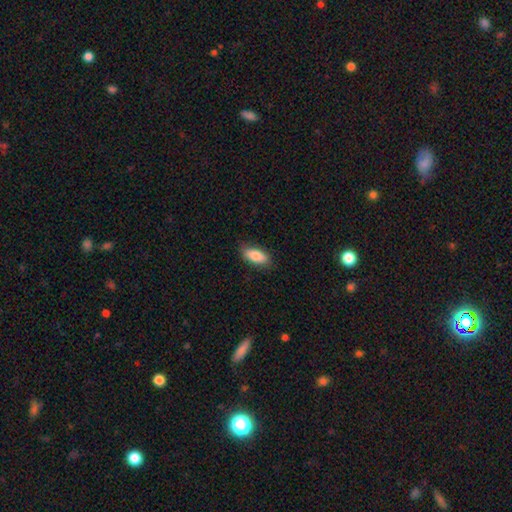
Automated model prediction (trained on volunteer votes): Smooth or featured?
  - smooth: 85% *
  - featured or disk: 8%
  - star or artifact: 6%
How rounded?
  - in between: 85% *
  - cigar-shaped: 13%
  - round: 2%
Merging?
  - none: 83% *
  - minor disturbance: 13%
  - major disturbance: 3%
  - merger: 1%